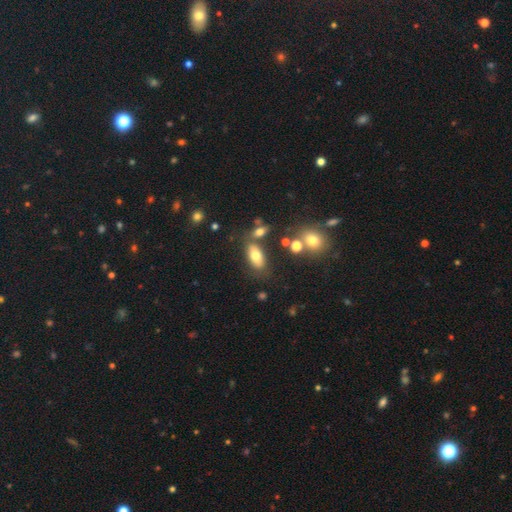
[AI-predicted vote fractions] smooth-or-featured: smooth: 74% | featured or disk: 17% | star or artifact: 9%
  how-rounded: in between: 88% | cigar-shaped: 7% | round: 5%
  merging: none: 69% | minor disturbance: 14% | merger: 13% | major disturbance: 5%